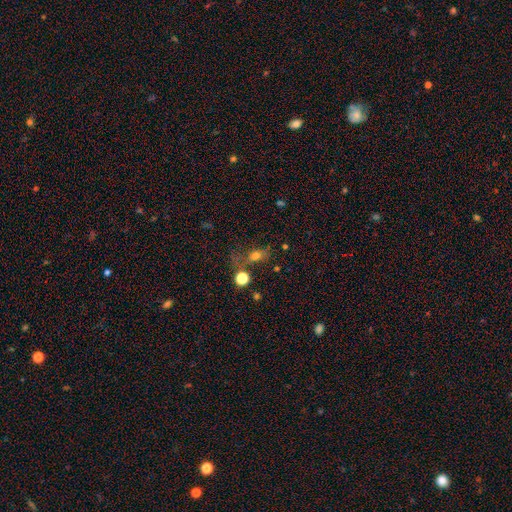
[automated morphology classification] This appears to be a smooth galaxy with no disk features (64%) that is in between round and cigar-shaped (61%). Merging: none (49%).